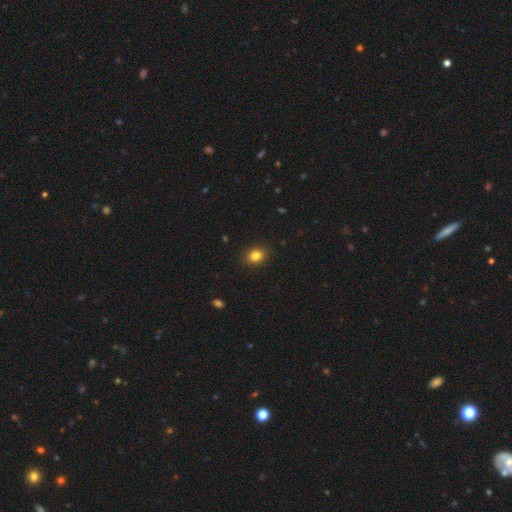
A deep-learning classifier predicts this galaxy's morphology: Smooth or featured? Predicted: smooth (p=0.83). How rounded? Predicted: round (p=0.62). Merging? Predicted: none (p=0.90).